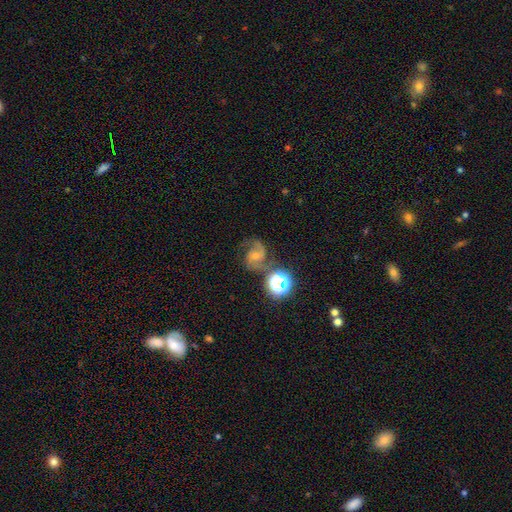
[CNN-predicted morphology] The model was most divided on "bulge size": small: 49%, moderate: 44%, none: 3%, large: 3%, dominant: 1%. Remaining: edge-on disk — no (98%); spiral arms — yes (97%); spiral arm count — 2 (86%); smooth or featured — featured or disk (78%); merging — none (73%); spiral winding — medium (56%); bar — no (49%).